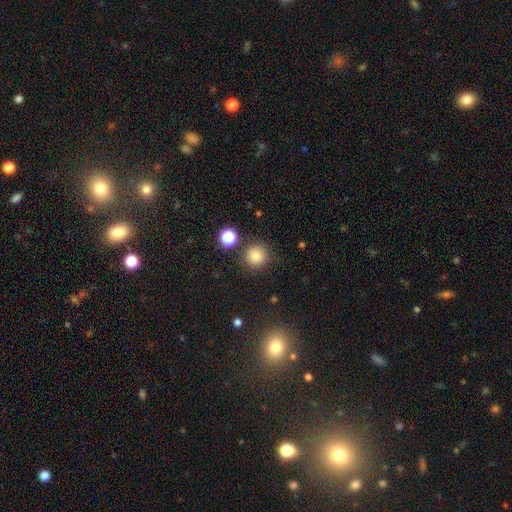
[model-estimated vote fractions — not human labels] smooth-or-featured: smooth: 80% | star or artifact: 13% | featured or disk: 6%
  how-rounded: round: 94% | in between: 5% | cigar-shaped: 1%
  merging: none: 85% | minor disturbance: 8% | merger: 4% | major disturbance: 3%